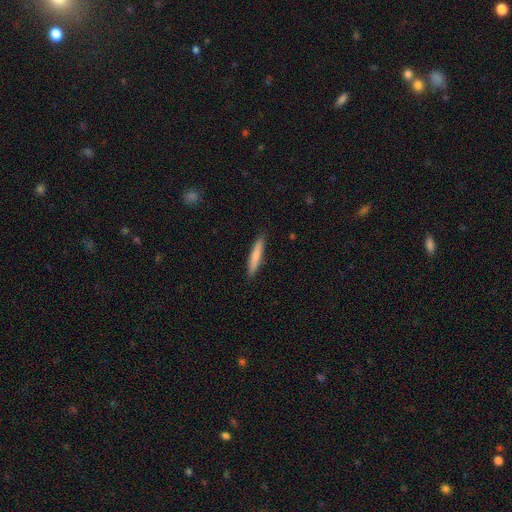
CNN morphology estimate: smooth-or-featured: smooth: 78% | featured or disk: 16% | star or artifact: 5%
  how-rounded: cigar-shaped: 93% | in between: 6% | round: 1%
  merging: none: 90% | minor disturbance: 7% | major disturbance: 1% | merger: 1%